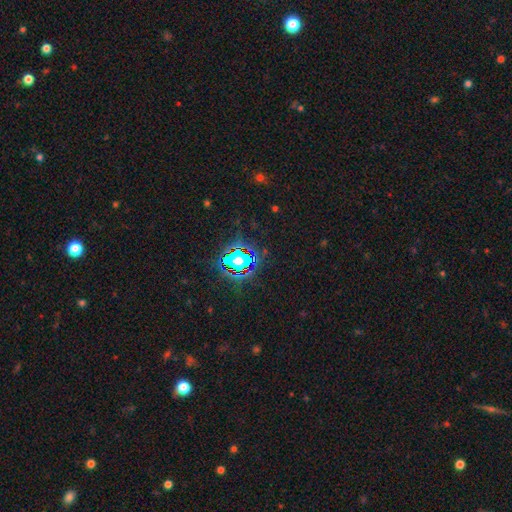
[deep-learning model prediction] Smooth or featured? star or artifact (83%)